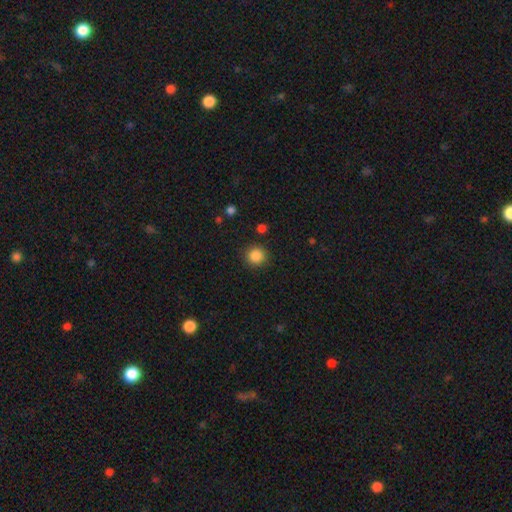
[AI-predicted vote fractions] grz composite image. It shows a smooth galaxy with no disk features (86%) that is round (92%). Merging: none (89%).